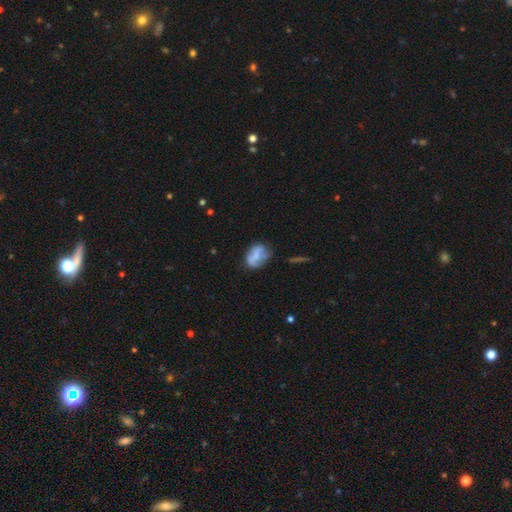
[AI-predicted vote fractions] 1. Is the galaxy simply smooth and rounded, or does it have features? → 54% smooth, 37% featured or disk, 9% star or artifact.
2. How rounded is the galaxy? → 76% in between, 21% round, 3% cigar-shaped.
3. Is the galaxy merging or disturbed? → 46% none, 30% minor disturbance, 15% major disturbance, 9% merger.